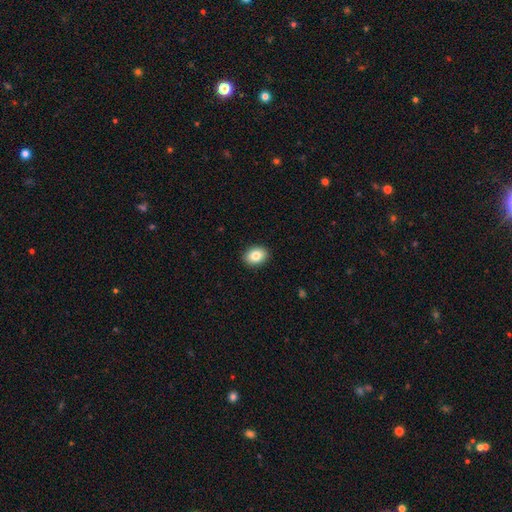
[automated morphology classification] This appears to be a smooth galaxy with no disk features (83%) that is in between round and cigar-shaped (67%). Merging: none (91%).